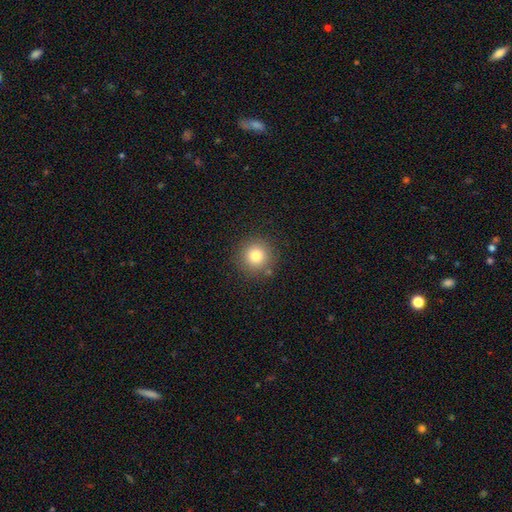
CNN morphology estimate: This is likely a smooth galaxy (79%). How rounded: clearly round (95%). Merging: clearly none (88%).